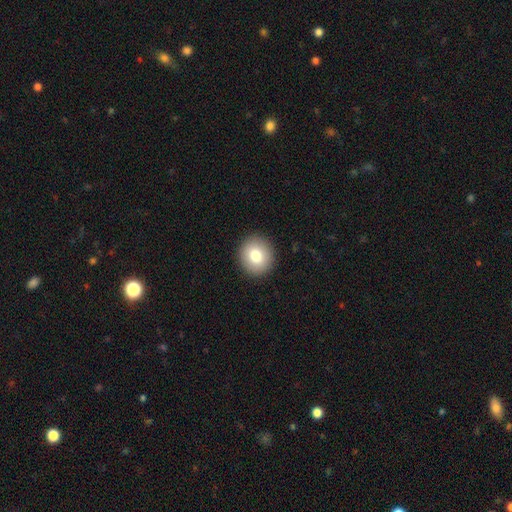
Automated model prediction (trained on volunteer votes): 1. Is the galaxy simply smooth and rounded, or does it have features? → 80% smooth, 11% featured or disk, 9% star or artifact.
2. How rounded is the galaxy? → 85% round, 14% in between, 1% cigar-shaped.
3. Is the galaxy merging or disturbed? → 92% none, 5% minor disturbance, 2% major disturbance, 1% merger.